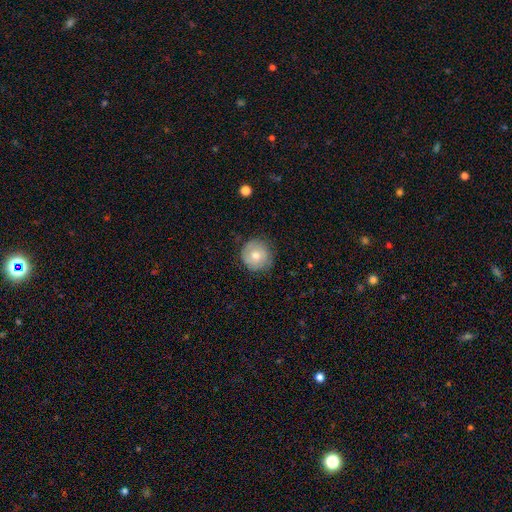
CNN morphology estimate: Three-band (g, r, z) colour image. It shows a smooth galaxy with no disk features (61%) that is round (94%). Merging: none (81%).